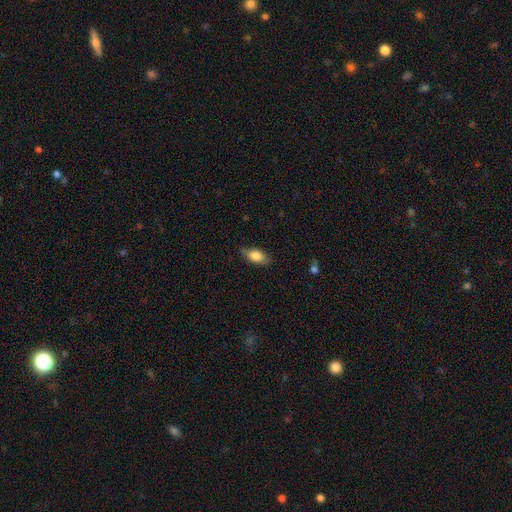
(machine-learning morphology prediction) Overall: smooth (79%). How rounded: in between (87%). Merging: none (80%).